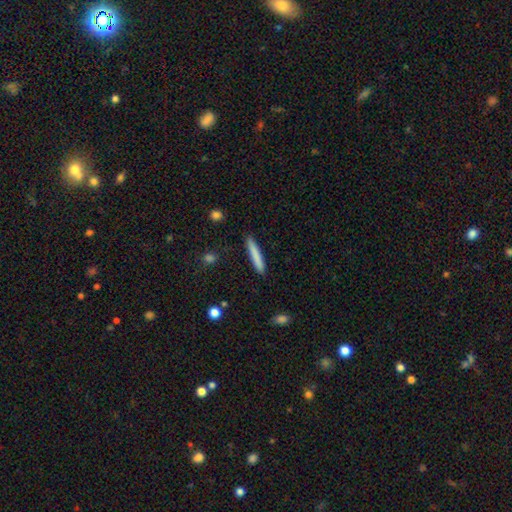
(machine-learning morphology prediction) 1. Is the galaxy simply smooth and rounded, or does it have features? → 81% smooth, 13% featured or disk, 6% star or artifact.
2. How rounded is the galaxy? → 94% cigar-shaped, 5% in between, 1% round.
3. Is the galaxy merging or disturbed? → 90% none, 7% minor disturbance, 2% major disturbance, 1% merger.